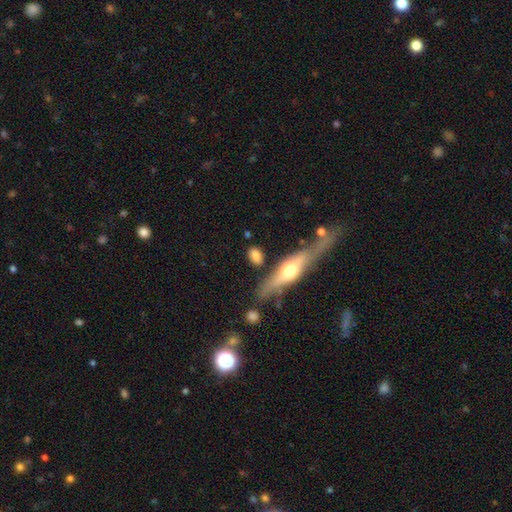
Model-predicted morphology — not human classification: smooth_or_featured: smooth (p=0.73) [alt: featured or disk p=0.20]
how_rounded: in between (p=0.65) [alt: round p=0.20]
merging: none (p=0.74) [alt: minor disturbance p=0.13]